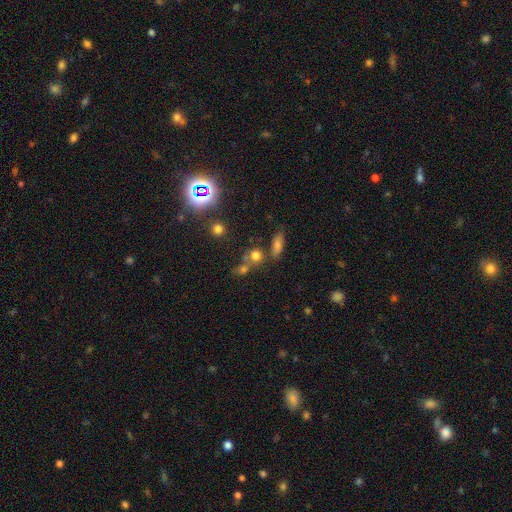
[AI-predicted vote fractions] smooth 66%, star or artifact 23%, featured or disk 11%. Down the decision tree: how rounded — round (77%); merging — none (53%).